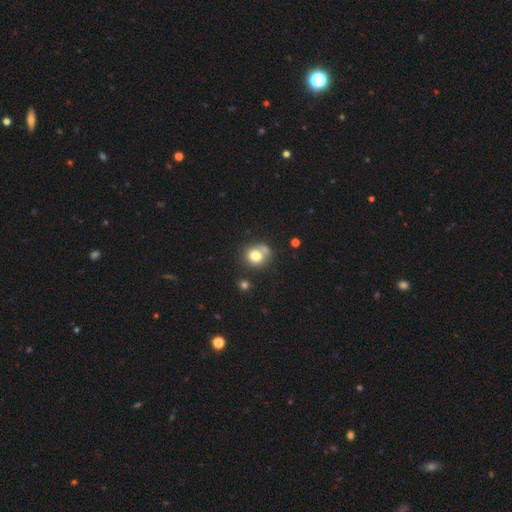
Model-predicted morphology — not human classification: type=smooth (77%); roundness=round (79%); merging=none (56%).